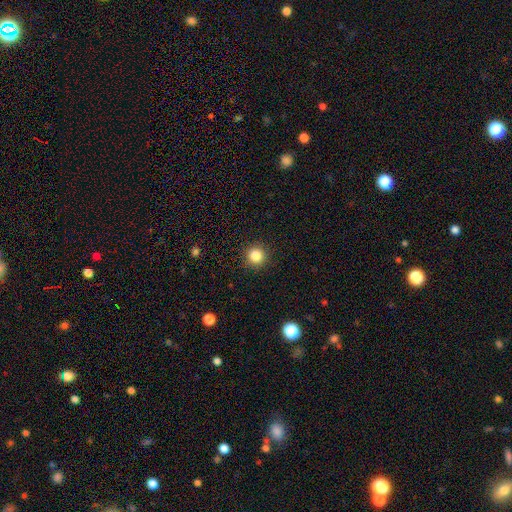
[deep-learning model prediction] Overall: smooth (85%). How rounded: round (95%). Merging: none (92%).